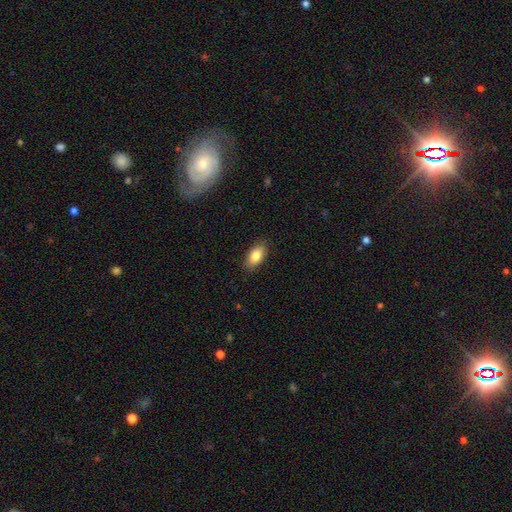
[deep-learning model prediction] Smooth or featured?
  - smooth: 84% *
  - featured or disk: 9%
  - star or artifact: 7%
How rounded?
  - in between: 91% *
  - cigar-shaped: 5%
  - round: 4%
Merging?
  - none: 88% *
  - minor disturbance: 9%
  - major disturbance: 2%
  - merger: 1%